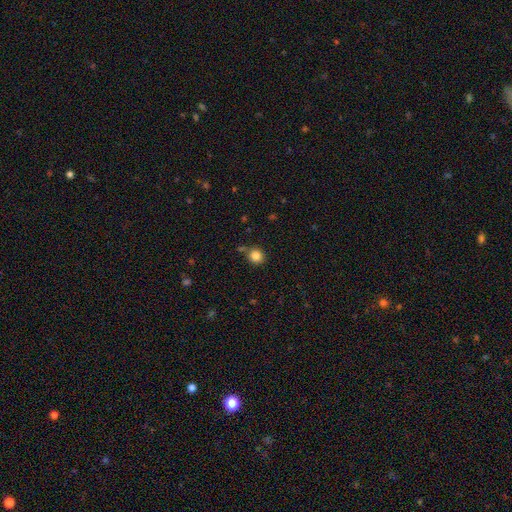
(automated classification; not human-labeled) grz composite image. It shows a smooth galaxy with no disk features (84%) that is round (85%). Merging: none (77%).